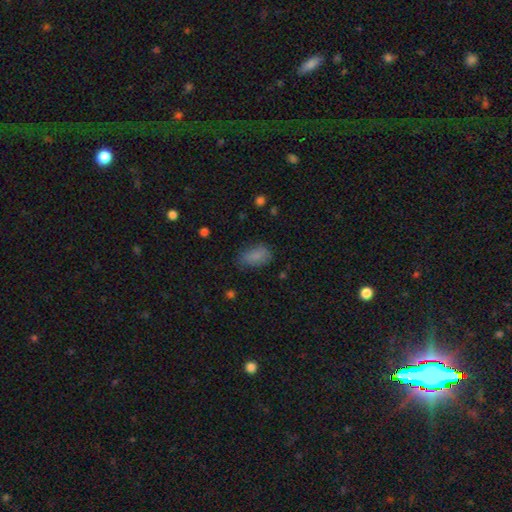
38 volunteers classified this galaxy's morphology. This is clearly a smooth galaxy (95%). How rounded: clearly in between (94%). Merging: likely none (69%).